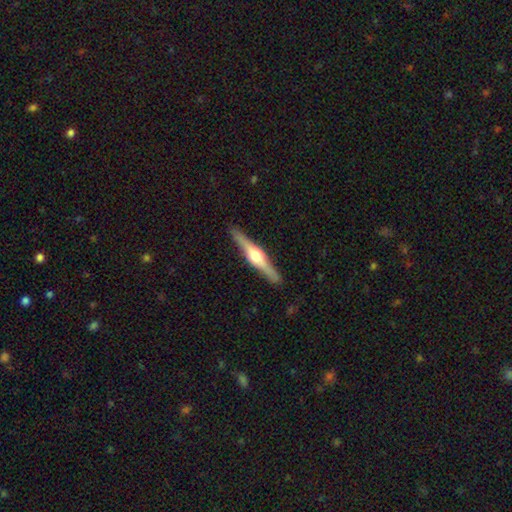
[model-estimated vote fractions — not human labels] The model was most divided on "smooth or featured": featured or disk: 79%, smooth: 16%, star or artifact: 5%. More confident: edge-on disk — yes (98%); edge-on bulge — rounded (91%); merging — none (91%).